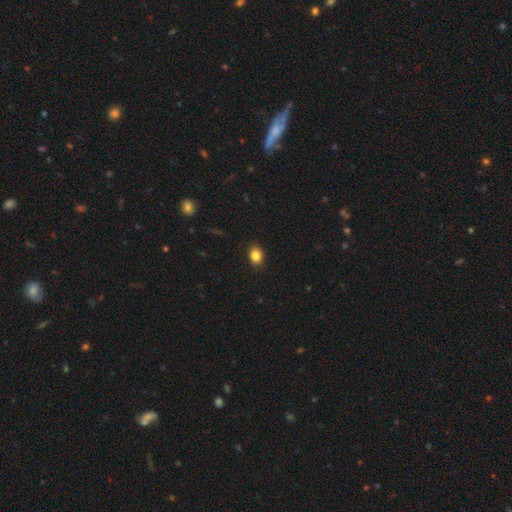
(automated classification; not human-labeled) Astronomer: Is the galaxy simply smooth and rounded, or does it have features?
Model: smooth — 84%.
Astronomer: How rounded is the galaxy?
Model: in between — 55% (runner-up: round, 44%).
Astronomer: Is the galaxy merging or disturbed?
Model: none — 89%.